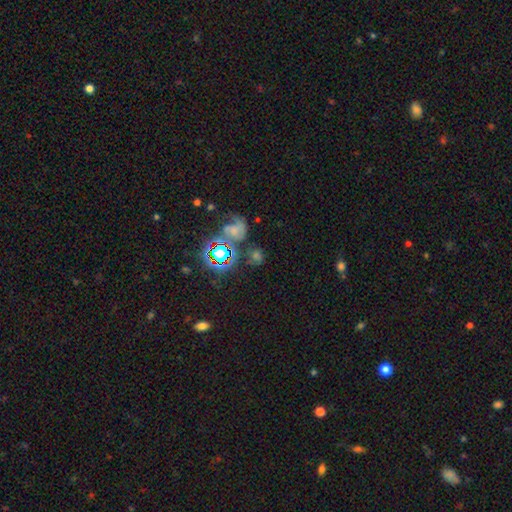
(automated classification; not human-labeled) Smooth or featured? Predicted: star or artifact (p=0.54).